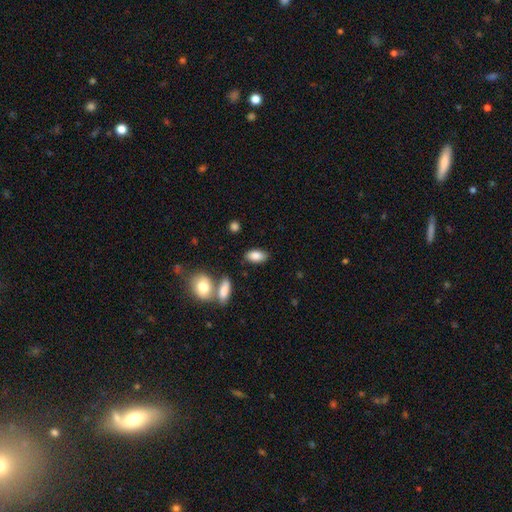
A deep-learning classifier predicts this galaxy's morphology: Overall: smooth (85%). How rounded: in between (90%). Merging: none (80%).